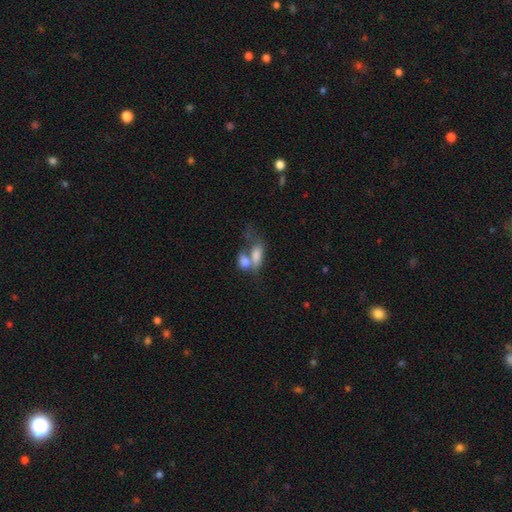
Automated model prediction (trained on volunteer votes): smooth-or-featured: smooth: 69% | featured or disk: 22% | star or artifact: 10%
  how-rounded: in between: 83% | round: 10% | cigar-shaped: 7%
  merging: merger: 65% | none: 16% | major disturbance: 11% | minor disturbance: 8%